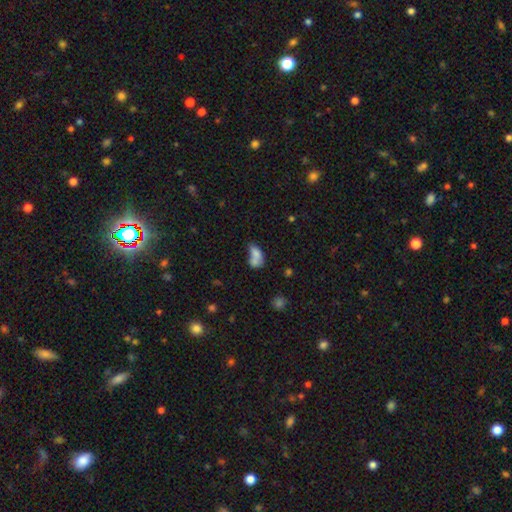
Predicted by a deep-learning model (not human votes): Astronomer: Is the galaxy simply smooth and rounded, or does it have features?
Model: smooth — 72%.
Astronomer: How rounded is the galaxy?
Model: in between — 82%.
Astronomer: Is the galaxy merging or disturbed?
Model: merger — 54%.